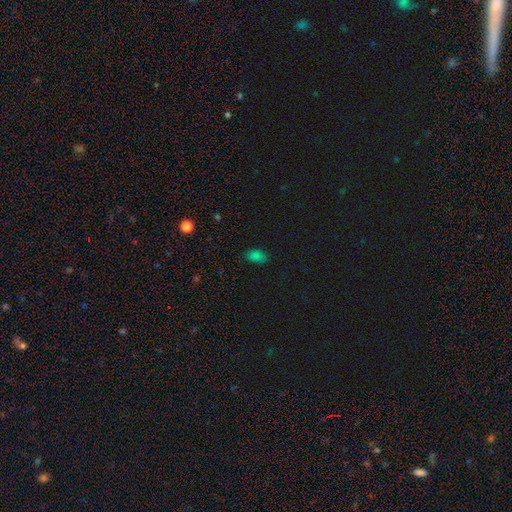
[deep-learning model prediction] The model was most divided on "smooth or featured": smooth: 77%, star or artifact: 19%, featured or disk: 4%. More confident: how rounded — in between (90%); merging — none (80%).